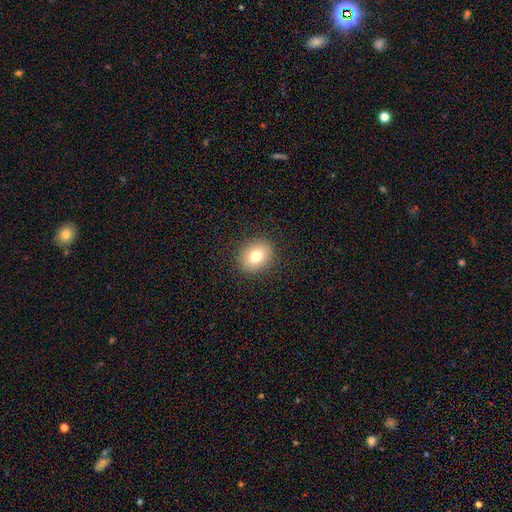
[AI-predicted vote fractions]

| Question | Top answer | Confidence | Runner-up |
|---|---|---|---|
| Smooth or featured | smooth | 78% | featured or disk (12%) |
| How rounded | round | 53% | in between (46%) |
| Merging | none | 89% | minor disturbance (8%) |